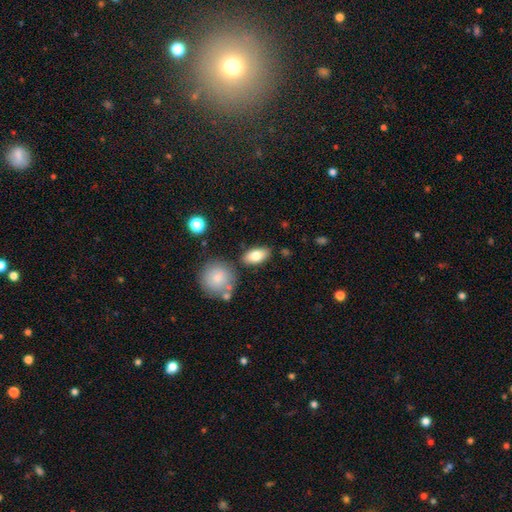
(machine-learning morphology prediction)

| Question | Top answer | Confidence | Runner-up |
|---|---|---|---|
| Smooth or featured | smooth | 79% | featured or disk (13%) |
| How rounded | in between | 87% | round (7%) |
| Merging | none | 82% | minor disturbance (10%) |